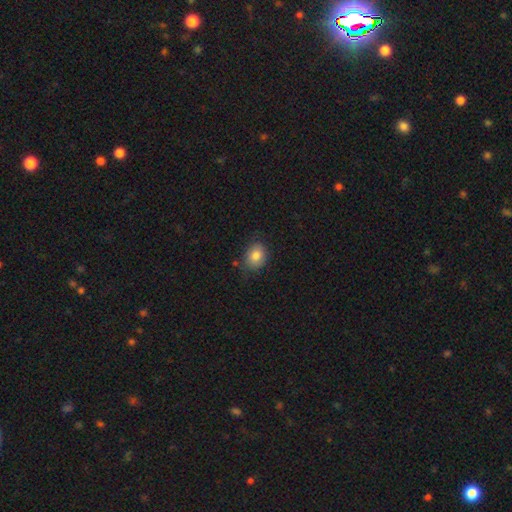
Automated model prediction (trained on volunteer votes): Smooth or featured?
  - smooth: 83% *
  - featured or disk: 9%
  - star or artifact: 9%
How rounded?
  - in between: 55% *
  - round: 44%
  - cigar-shaped: 1%
Merging?
  - none: 76% *
  - minor disturbance: 18%
  - major disturbance: 4%
  - merger: 2%